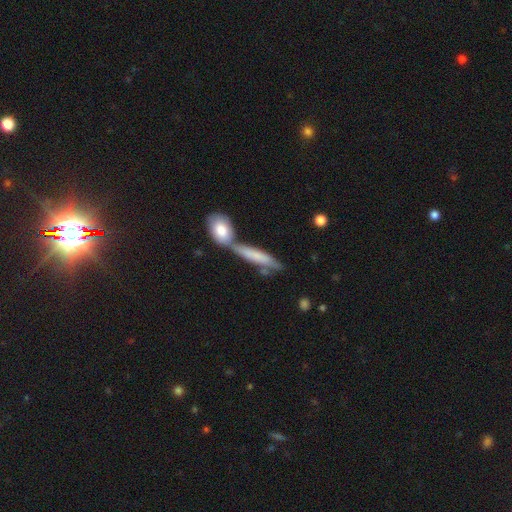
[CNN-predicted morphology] The model was most divided on "merging": none: 43%, merger: 38%, minor disturbance: 14%, major disturbance: 6%. More confident: how rounded — cigar-shaped (76%); smooth or featured — smooth (66%).